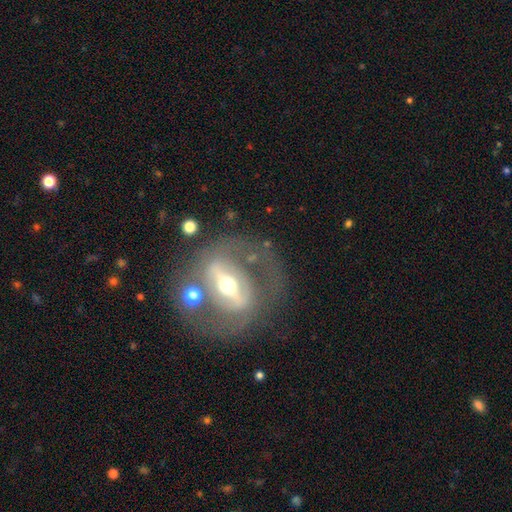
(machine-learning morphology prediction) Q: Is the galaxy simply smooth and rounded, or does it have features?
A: featured or disk — 78%.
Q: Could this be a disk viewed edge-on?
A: no — 89%.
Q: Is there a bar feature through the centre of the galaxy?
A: strong — 59%.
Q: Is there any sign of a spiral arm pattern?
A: yes — 52%.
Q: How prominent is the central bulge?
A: moderate — 62%.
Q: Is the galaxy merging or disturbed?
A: none — 62%.